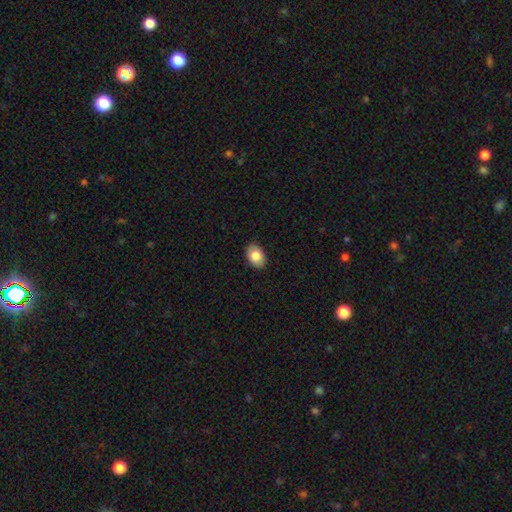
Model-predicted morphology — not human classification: Smooth or featured: smooth — 83% (featured or disk — 10%)
How rounded: in between — 83% (round — 16%)
Merging: none — 89% (minor disturbance — 8%)